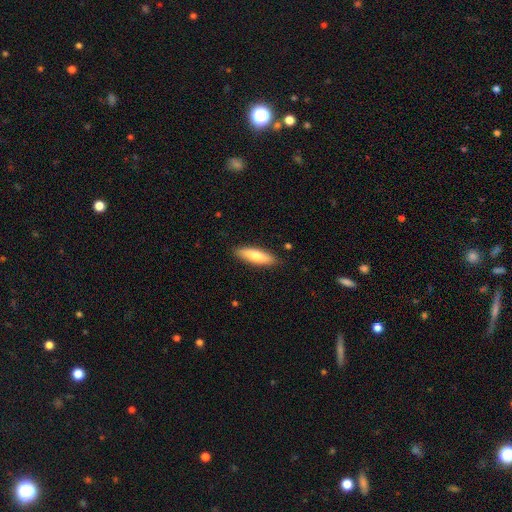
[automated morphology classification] smooth 71%, featured or disk 23%, star or artifact 6%. Down the decision tree: how rounded — cigar-shaped (57%); merging — none (87%).